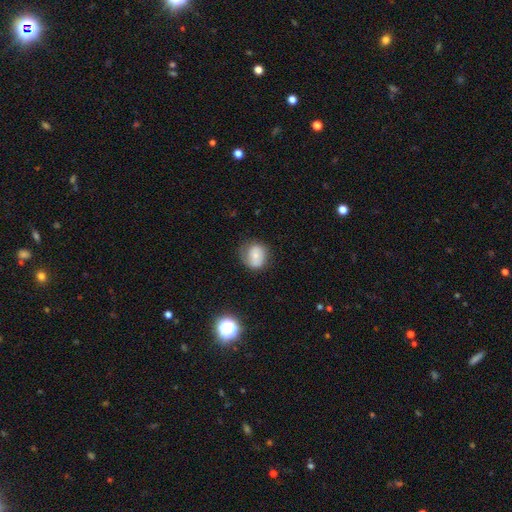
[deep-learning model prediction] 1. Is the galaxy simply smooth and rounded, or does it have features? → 59% smooth, 31% featured or disk, 10% star or artifact.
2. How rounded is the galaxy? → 67% round, 32% in between, 1% cigar-shaped.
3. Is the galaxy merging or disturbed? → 61% none, 27% minor disturbance, 11% major disturbance, 2% merger.